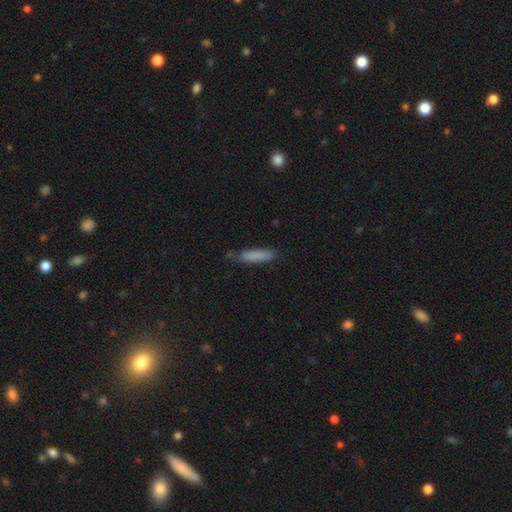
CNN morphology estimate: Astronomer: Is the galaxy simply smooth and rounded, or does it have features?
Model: smooth — 83%.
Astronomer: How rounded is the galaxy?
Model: cigar-shaped — 84%.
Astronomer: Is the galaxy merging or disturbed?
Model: none — 77%.